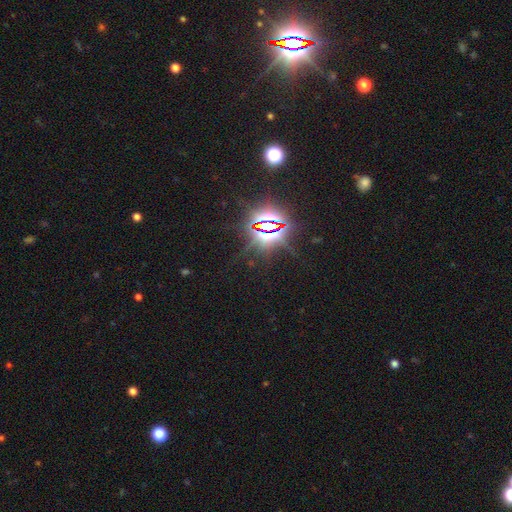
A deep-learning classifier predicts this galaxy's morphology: star or artifact 85%, smooth 8%, featured or disk 7%.